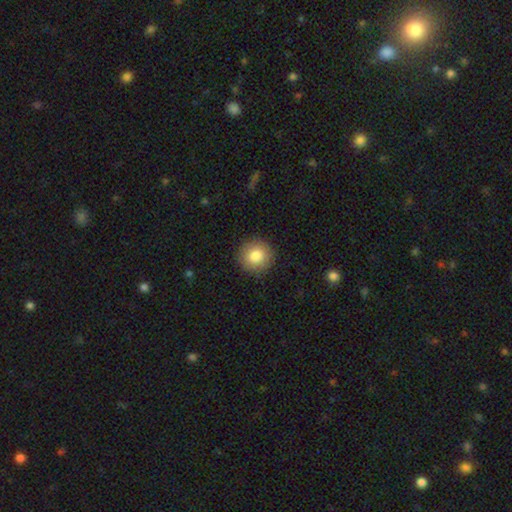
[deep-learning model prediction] This appears to be a smooth galaxy with no disk features (84%) that is round (93%). Merging: none (90%).